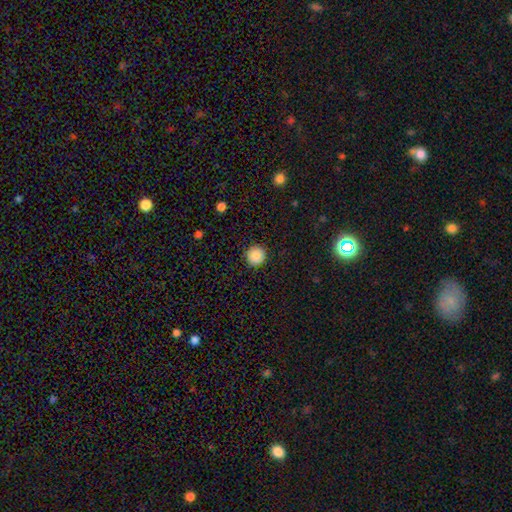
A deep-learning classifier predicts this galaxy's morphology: smooth 88%, star or artifact 9%, featured or disk 3%. Down the decision tree: how rounded — round (94%); merging — none (91%).